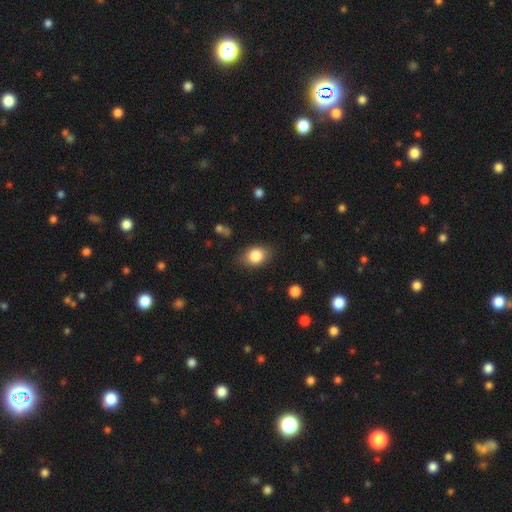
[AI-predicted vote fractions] smooth_or_featured: smooth (p=0.84) [alt: star or artifact p=0.08]
how_rounded: in between (p=0.69) [alt: round p=0.30]
merging: none (p=0.81) [alt: minor disturbance p=0.14]